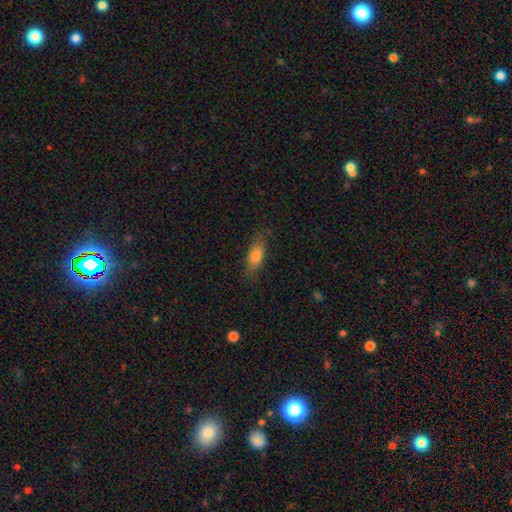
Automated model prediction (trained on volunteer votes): Smooth or featured? Predicted: smooth (p=0.77). How rounded? Predicted: in between (p=0.69). Merging? Predicted: none (p=0.77).